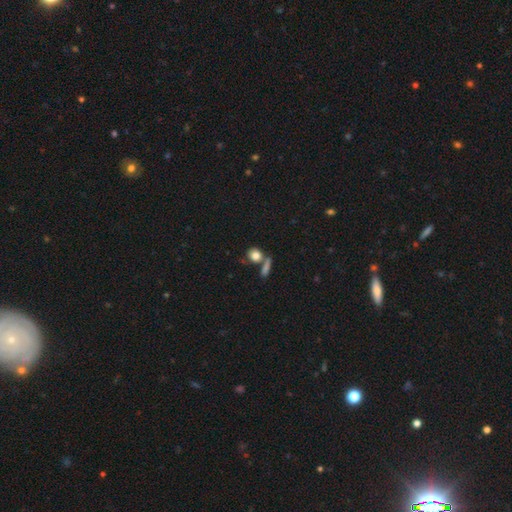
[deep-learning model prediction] Smooth or featured: smooth — 80% (featured or disk — 11%)
How rounded: round — 74% (in between — 21%)
Merging: none — 56% (merger — 26%)